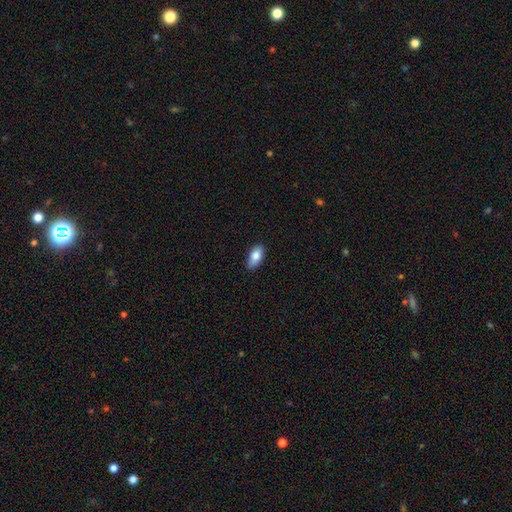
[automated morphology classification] A smooth galaxy with no disk features (84%) that is in between round and cigar-shaped (91%).

Vote fractions:
- Smooth or featured? smooth: 84% / featured or disk: 9% / star or artifact: 7%
- How rounded? in between: 91% / cigar-shaped: 6% / round: 3%
- Merging? none: 80% / minor disturbance: 17% / major disturbance: 2% / merger: 1%